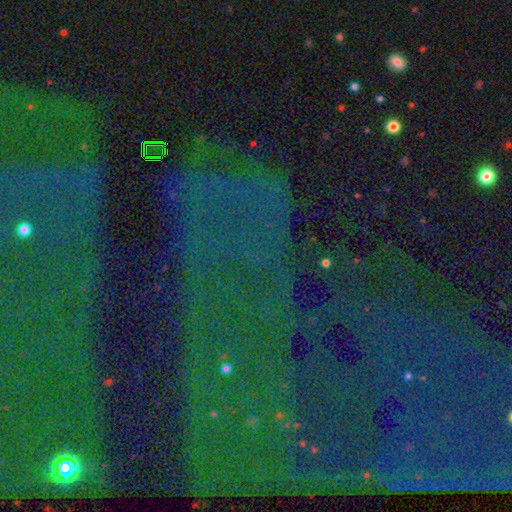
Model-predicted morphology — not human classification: star or artifact 84%, featured or disk 8%, smooth 8%.